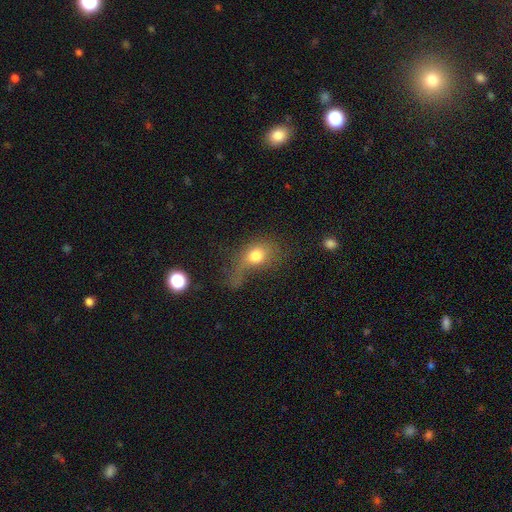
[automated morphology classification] smooth-or-featured: smooth: 72% | featured or disk: 17% | star or artifact: 11%
  how-rounded: in between: 58% | round: 39% | cigar-shaped: 3%
  merging: major disturbance: 46% | none: 25% | minor disturbance: 21% | merger: 8%